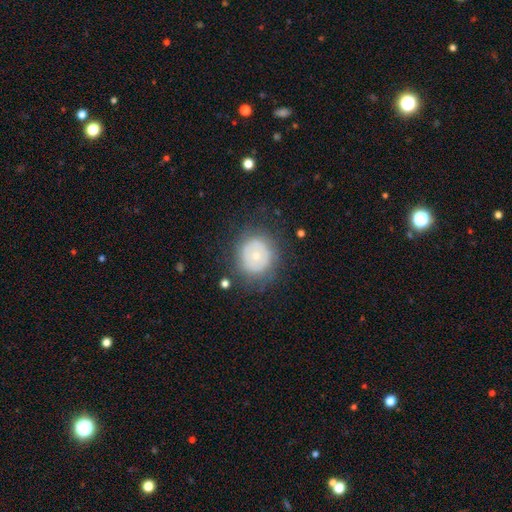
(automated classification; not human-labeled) Smooth or featured? smooth (55%)
How rounded? round (84%)
Merging? none (73%)